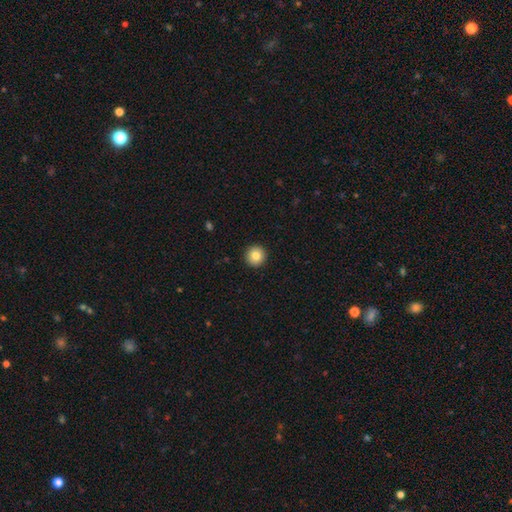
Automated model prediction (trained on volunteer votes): smooth_or_featured: smooth (p=0.83) [alt: star or artifact p=0.09]
how_rounded: round (p=0.96) [alt: in between p=0.03]
merging: none (p=0.94) [alt: minor disturbance p=0.04]